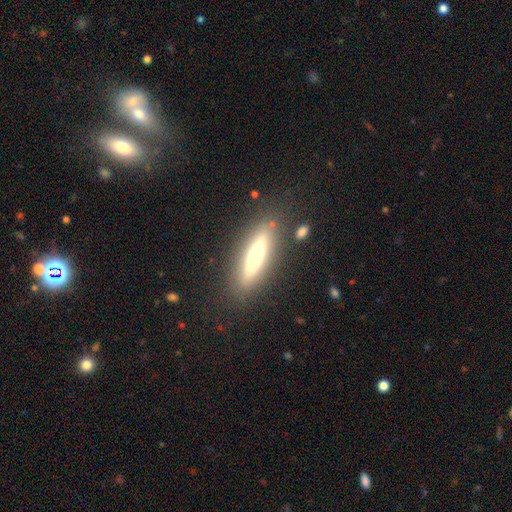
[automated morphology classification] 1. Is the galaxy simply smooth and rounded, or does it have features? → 47% smooth, 45% featured or disk, 7% star or artifact.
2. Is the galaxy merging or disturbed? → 83% none, 10% minor disturbance, 4% major disturbance, 3% merger.